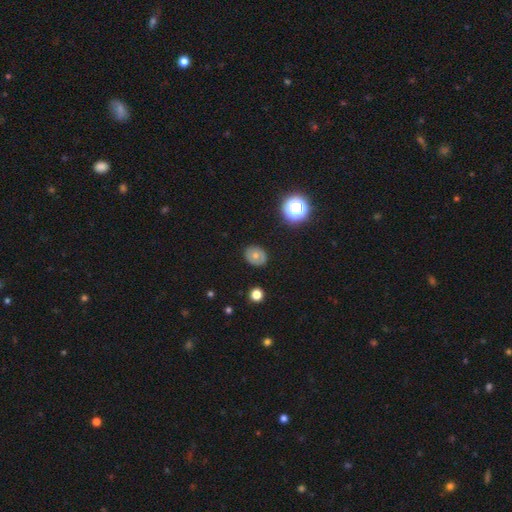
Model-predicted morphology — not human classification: Smooth or featured?
  - smooth: 63% *
  - featured or disk: 23%
  - star or artifact: 14%
How rounded?
  - round: 62% *
  - in between: 37%
  - cigar-shaped: 1%
Merging?
  - none: 86% *
  - minor disturbance: 10%
  - major disturbance: 3%
  - merger: 1%